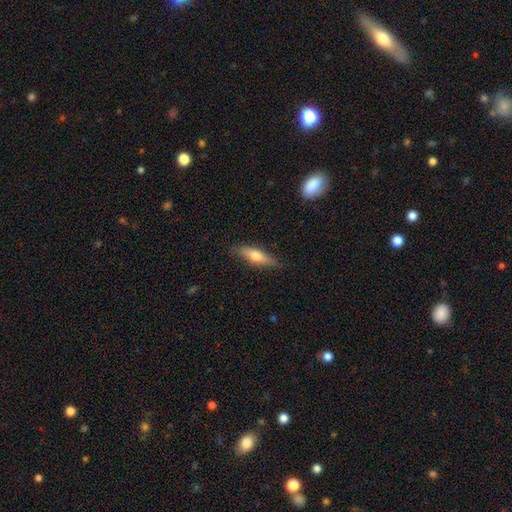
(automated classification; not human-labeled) smooth 56%, featured or disk 38%, star or artifact 6%. Down the decision tree: how rounded — cigar-shaped (63%); merging — none (83%).